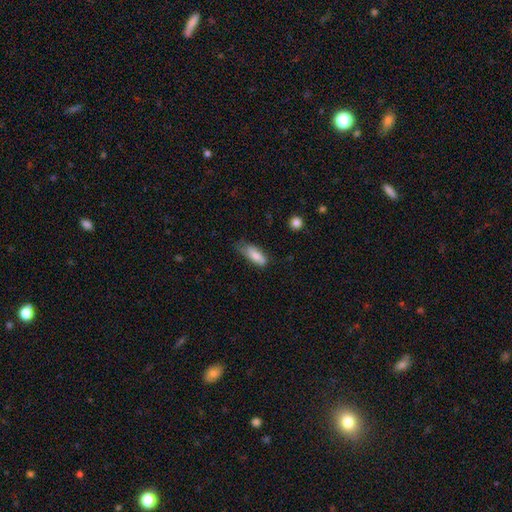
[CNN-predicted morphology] Smooth or featured?
  - smooth: 79% *
  - featured or disk: 14%
  - star or artifact: 6%
How rounded?
  - in between: 72% *
  - cigar-shaped: 26%
  - round: 2%
Merging?
  - none: 44% *
  - minor disturbance: 41%
  - major disturbance: 13%
  - merger: 2%